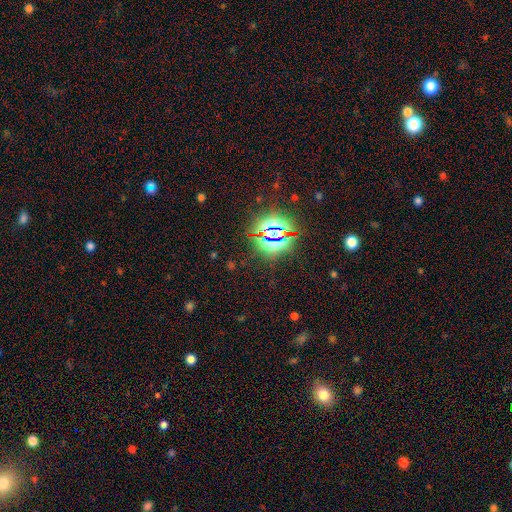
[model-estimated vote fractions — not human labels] Smooth or featured? star or artifact (81%)